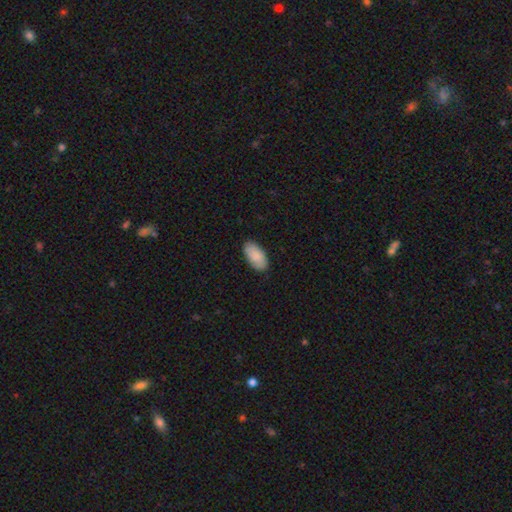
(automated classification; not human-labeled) Smooth or featured: smooth — 89% (star or artifact — 6%)
How rounded: in between — 95% (cigar-shaped — 3%)
Merging: none — 87% (minor disturbance — 10%)